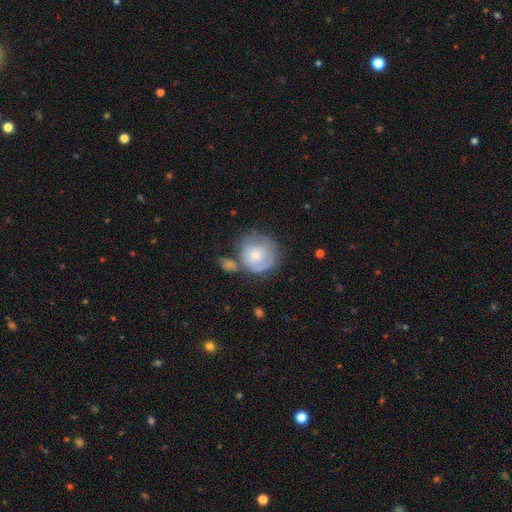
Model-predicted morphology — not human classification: Smooth or featured: smooth — 52% (featured or disk — 42%)
How rounded: round — 87% (in between — 12%)
Merging: none — 45% (minor disturbance — 22%)